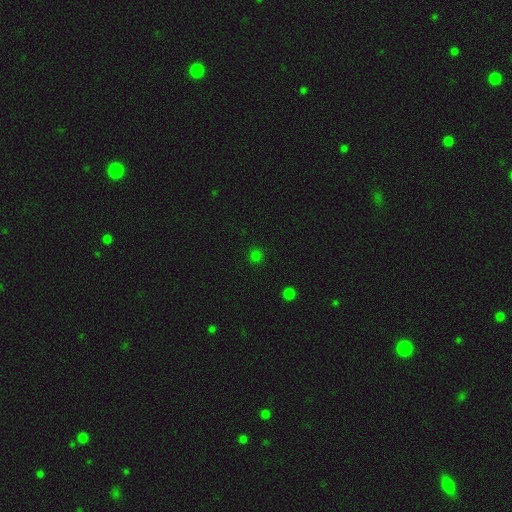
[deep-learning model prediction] smooth 74%, star or artifact 23%, featured or disk 3%. Down the decision tree: how rounded — round (94%); merging — none (91%).